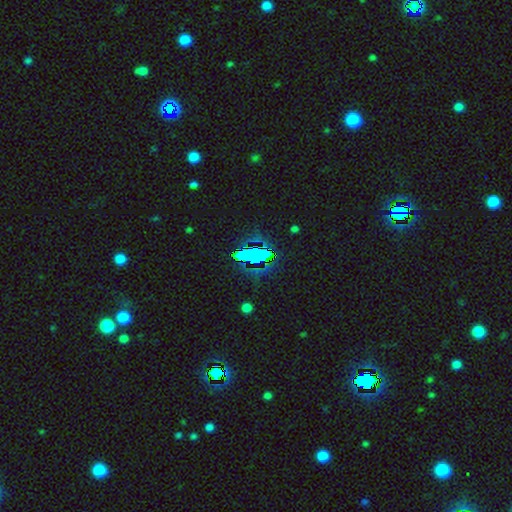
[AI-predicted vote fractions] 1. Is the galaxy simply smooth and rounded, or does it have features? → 65% star or artifact, 23% smooth, 12% featured or disk.